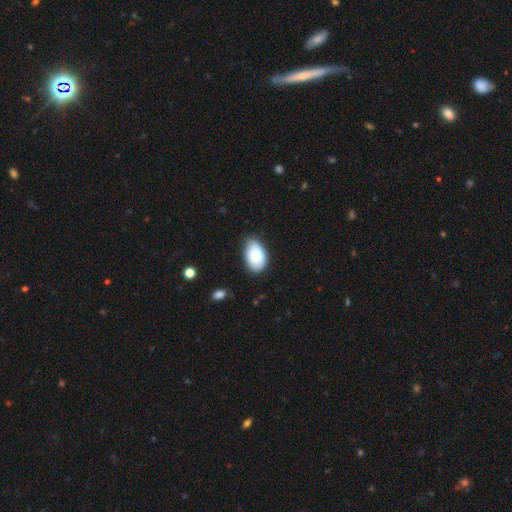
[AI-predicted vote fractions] Overall: smooth (83%). How rounded: in between (92%). Merging: none (72%).